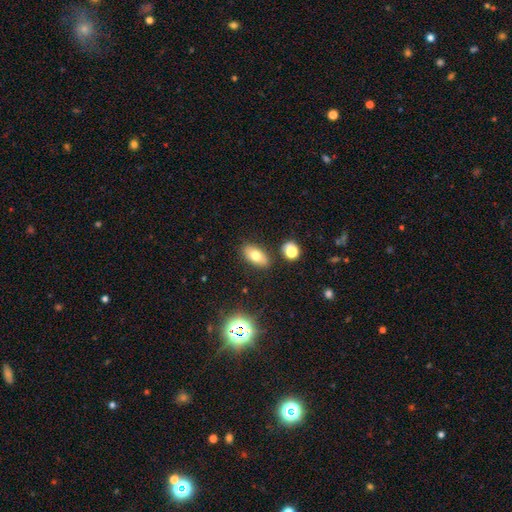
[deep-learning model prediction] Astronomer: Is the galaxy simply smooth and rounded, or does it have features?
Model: smooth — 71%.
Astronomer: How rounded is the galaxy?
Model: in between — 89%.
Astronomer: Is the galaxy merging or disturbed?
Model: none — 84%.